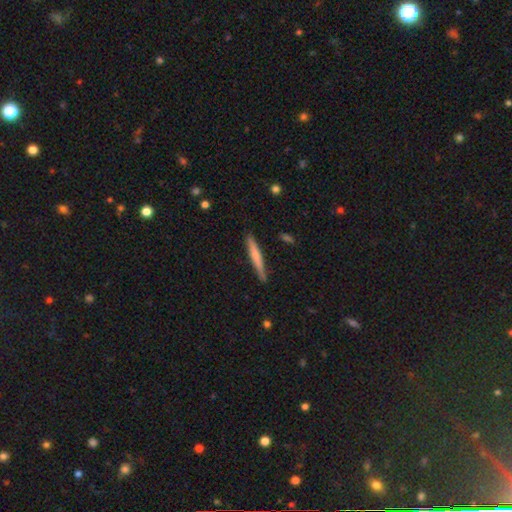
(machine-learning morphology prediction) Overall: smooth (64%; featured or disk 31%). How rounded: cigar-shaped (96%). Merging: none (88%).